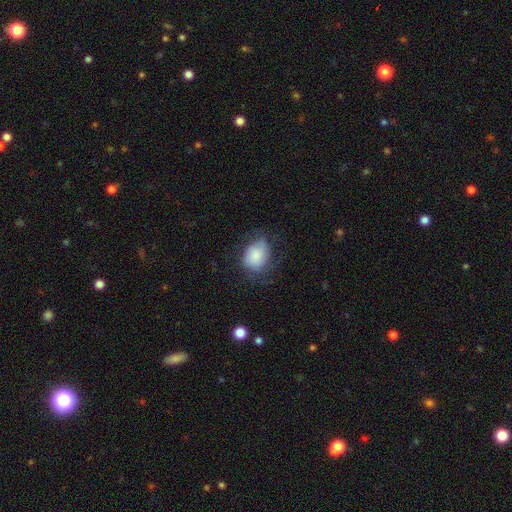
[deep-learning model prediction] Overall: smooth (75%). How rounded: in between (59%; round 40%). Merging: none (55%; minor disturbance 28%).